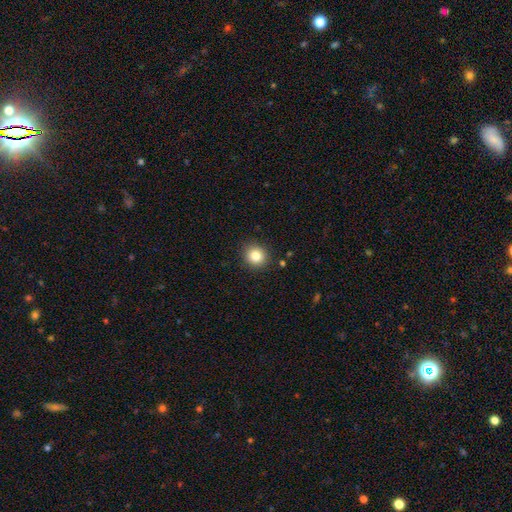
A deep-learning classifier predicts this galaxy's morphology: smooth-or-featured: smooth: 82% | star or artifact: 11% | featured or disk: 7%
  how-rounded: round: 88% | in between: 11% | cigar-shaped: 1%
  merging: none: 90% | minor disturbance: 7% | major disturbance: 2% | merger: 1%